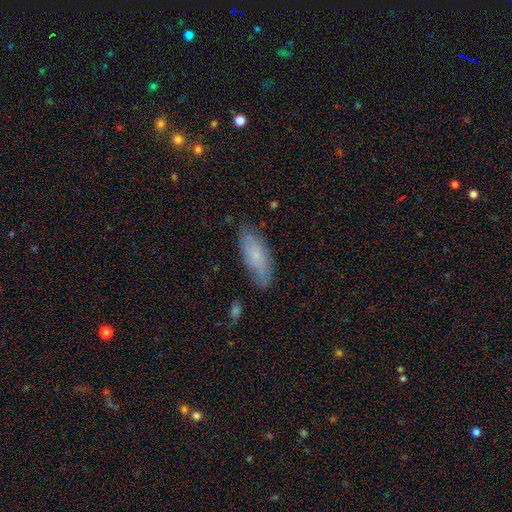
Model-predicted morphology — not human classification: The model was most divided on "smooth or featured": smooth: 60%, featured or disk: 32%, star or artifact: 8%. More confident: how rounded — in between (74%); merging — none (72%).